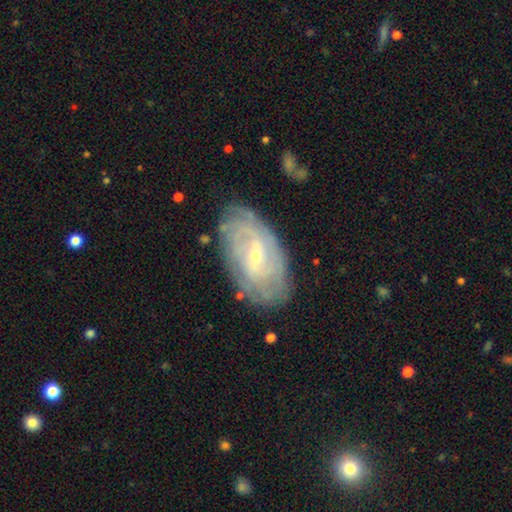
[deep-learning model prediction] featured or disk 78%, smooth 15%, star or artifact 6%. Down the decision tree: edge-on disk — no (94%); bar — weak (50%); spiral arms — yes (88%); spiral arm count — can't tell (52%); spiral winding — tight (68%); bulge size — small (73%); merging — none (78%).